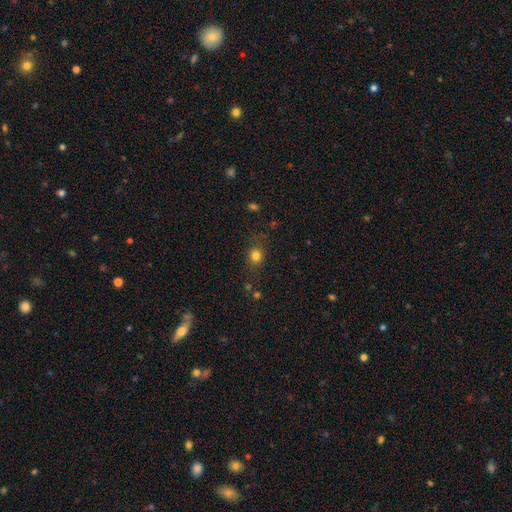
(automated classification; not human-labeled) This is likely a smooth galaxy (79%). How rounded: likely round (71%). Merging: likely none (78%).